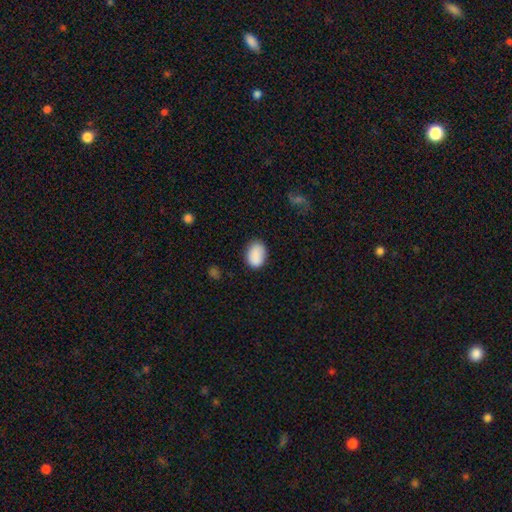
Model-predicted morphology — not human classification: A smooth galaxy with no disk features (89%) that is in between round and cigar-shaped (80%).

Vote fractions:
- Smooth or featured? smooth: 89% / star or artifact: 7% / featured or disk: 4%
- How rounded? in between: 80% / round: 19% / cigar-shaped: 1%
- Merging? none: 80% / minor disturbance: 15% / major disturbance: 3% / merger: 1%